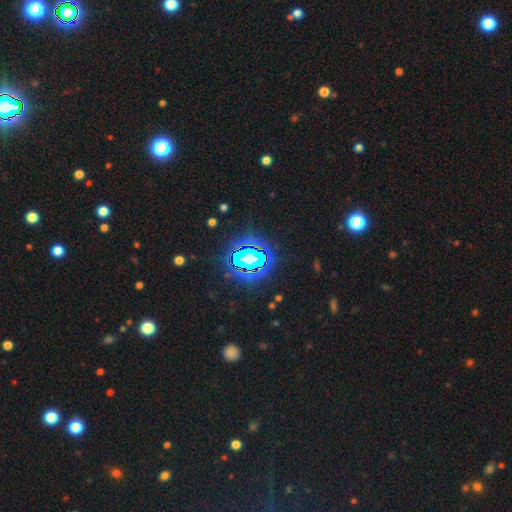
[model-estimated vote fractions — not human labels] This appears to be a star or artifact, not a galaxy (67%).